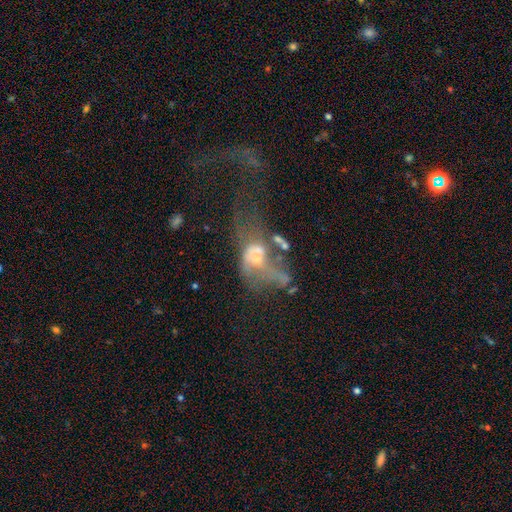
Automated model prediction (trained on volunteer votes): Smooth or featured? Predicted: featured or disk (p=0.55). Edge-on disk? Predicted: no (p=0.95). Bar? Predicted: no (p=0.83). Spiral arms? Predicted: no (p=0.82). Bulge size? Predicted: moderate (p=0.39). Merging? Predicted: major disturbance (p=0.44).